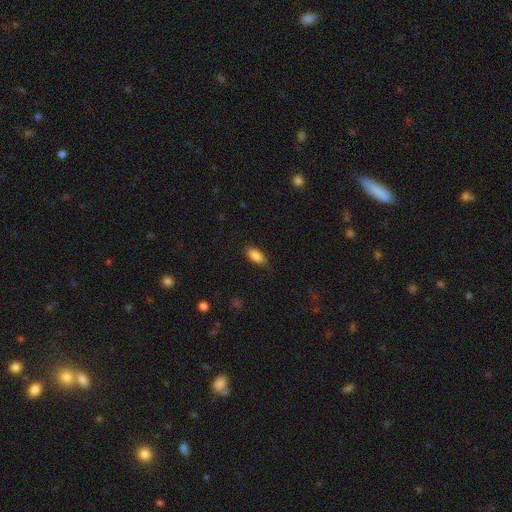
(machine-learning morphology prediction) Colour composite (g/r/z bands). It shows a smooth galaxy with no disk features (86%) that is in between round and cigar-shaped (86%). Merging: none (81%).